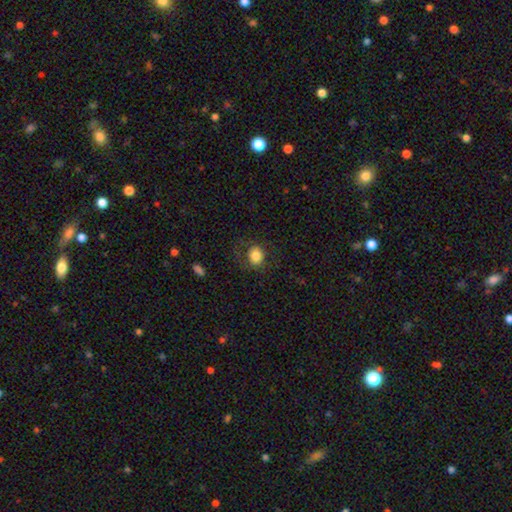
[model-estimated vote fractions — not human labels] Morphology: type=smooth (82%); roundness=round (62%); merging=none (71%).